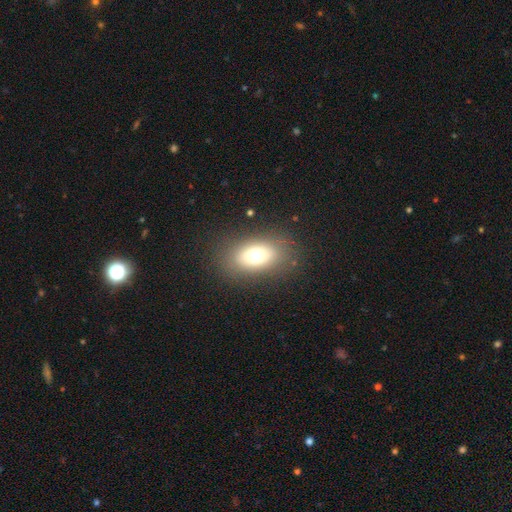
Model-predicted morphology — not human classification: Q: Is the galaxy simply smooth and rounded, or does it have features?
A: smooth — 71%.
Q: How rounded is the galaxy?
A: in between — 81%.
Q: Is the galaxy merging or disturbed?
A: none — 83%.